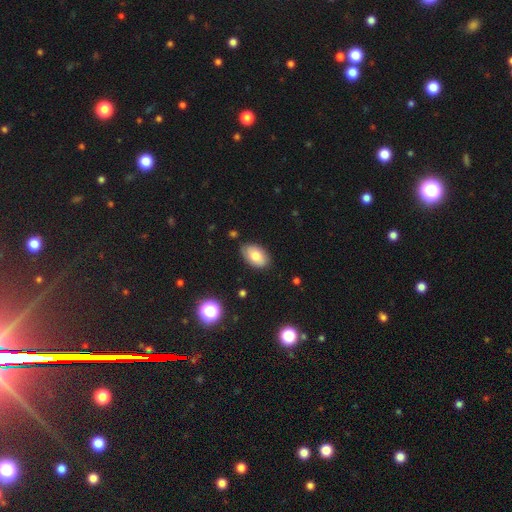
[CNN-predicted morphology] A smooth galaxy with no disk features (76%) that is in between round and cigar-shaped (91%).

Vote fractions:
- Smooth or featured? smooth: 76% / featured or disk: 16% / star or artifact: 8%
- How rounded? in between: 91% / round: 7% / cigar-shaped: 1%
- Merging? none: 82% / minor disturbance: 14% / major disturbance: 2% / merger: 2%